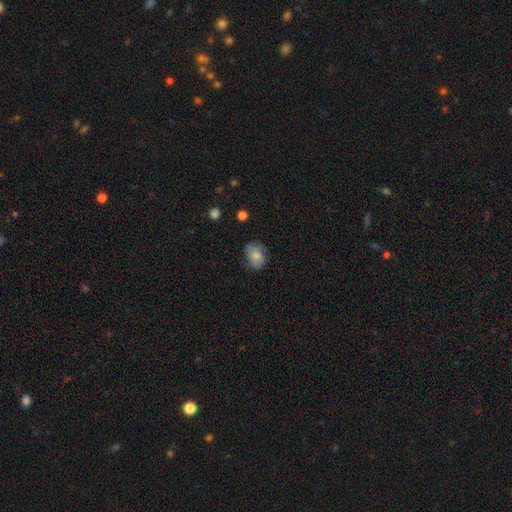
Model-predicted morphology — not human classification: Overall: smooth (73%). How rounded: in between (61%; round 38%). Merging: none (65%; minor disturbance 26%).